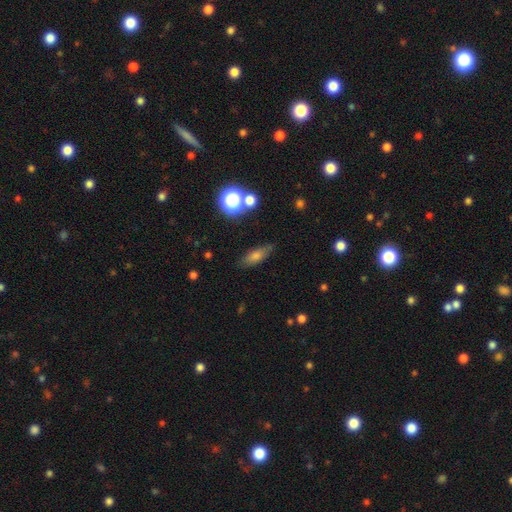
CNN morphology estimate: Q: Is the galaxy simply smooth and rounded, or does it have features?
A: smooth — 66%.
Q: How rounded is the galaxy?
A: in between — 56%.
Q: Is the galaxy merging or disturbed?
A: none — 79%.